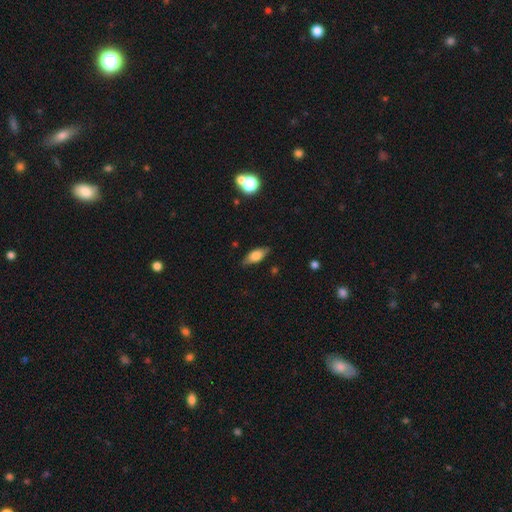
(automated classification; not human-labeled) This appears to be a smooth galaxy with no disk features (72%) that is in between round and cigar-shaped (80%). Merging: none (82%).